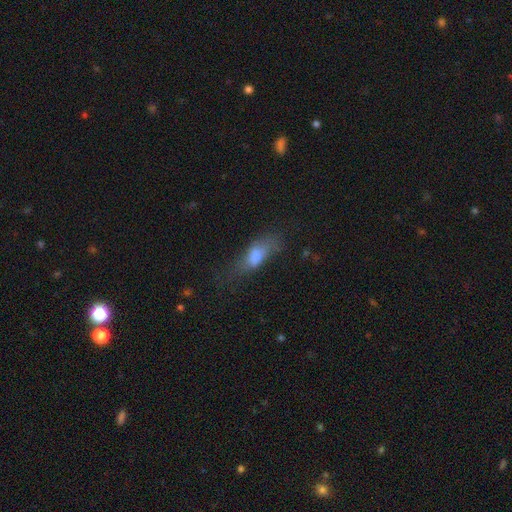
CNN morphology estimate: This is likely a smooth galaxy (65%). How rounded: likely in between (65%). Merging: marginally none (37%).